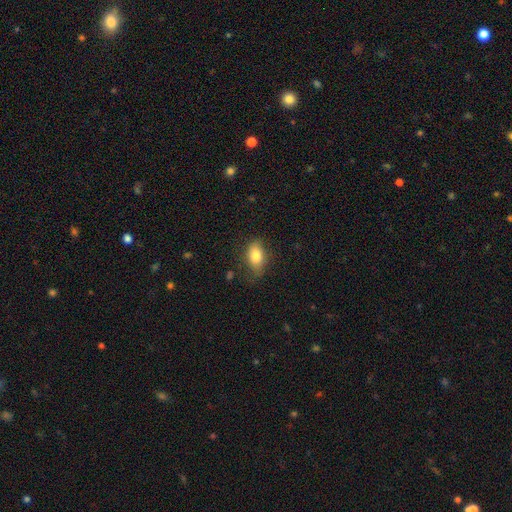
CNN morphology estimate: The model was most divided on "merging": none: 72%, minor disturbance: 21%, major disturbance: 5%, merger: 1%. More confident: how rounded — in between (88%); smooth or featured — smooth (81%).